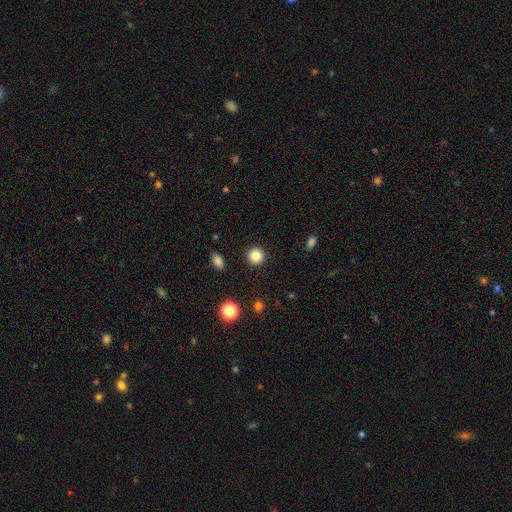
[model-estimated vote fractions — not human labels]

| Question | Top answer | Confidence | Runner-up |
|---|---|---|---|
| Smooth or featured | smooth | 85% | star or artifact (10%) |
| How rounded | round | 94% | in between (5%) |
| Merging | none | 92% | minor disturbance (5%) |